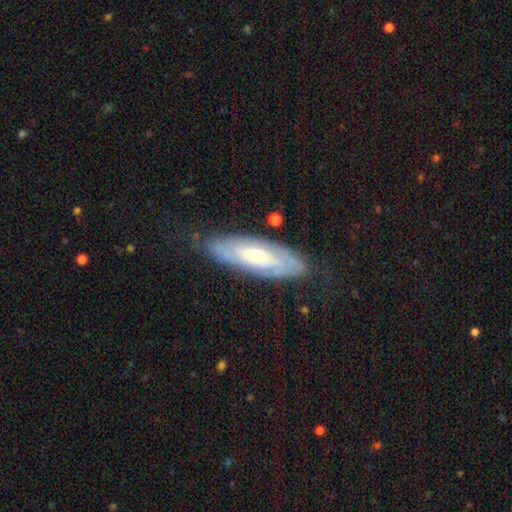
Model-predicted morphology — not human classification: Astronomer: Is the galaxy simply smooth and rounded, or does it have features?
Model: featured or disk — 71%.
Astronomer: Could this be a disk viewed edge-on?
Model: no — 75%.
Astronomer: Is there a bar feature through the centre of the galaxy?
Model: no — 61%.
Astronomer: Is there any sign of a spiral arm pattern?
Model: yes — 74%.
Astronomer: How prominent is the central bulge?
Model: moderate — 55% (runner-up: small, 40%).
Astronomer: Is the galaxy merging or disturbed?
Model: none — 78%.